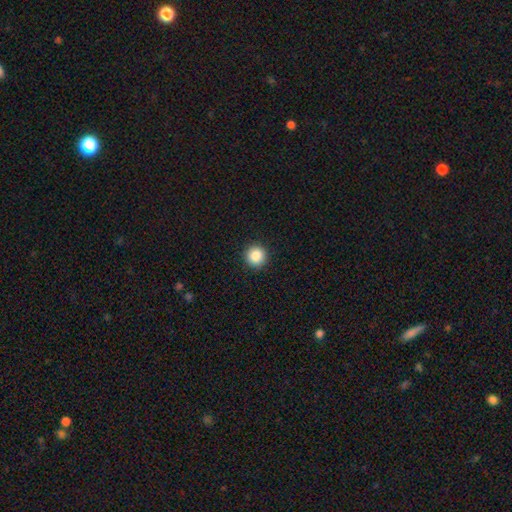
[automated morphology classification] Smooth or featured? Predicted: smooth (p=0.86). How rounded? Predicted: round (p=0.95). Merging? Predicted: none (p=0.92).